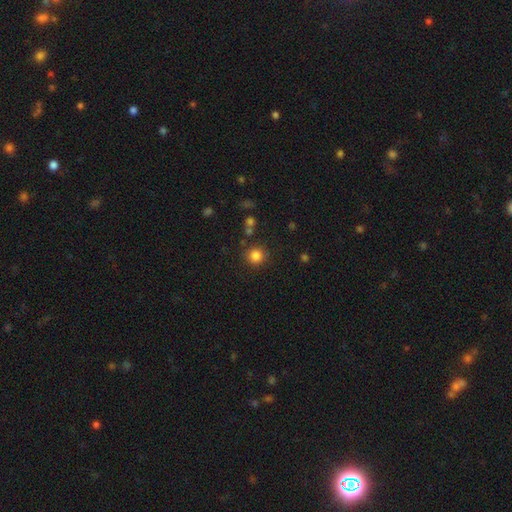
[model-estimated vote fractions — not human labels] This is clearly a smooth galaxy (83%). How rounded: clearly round (93%). Merging: clearly none (85%).